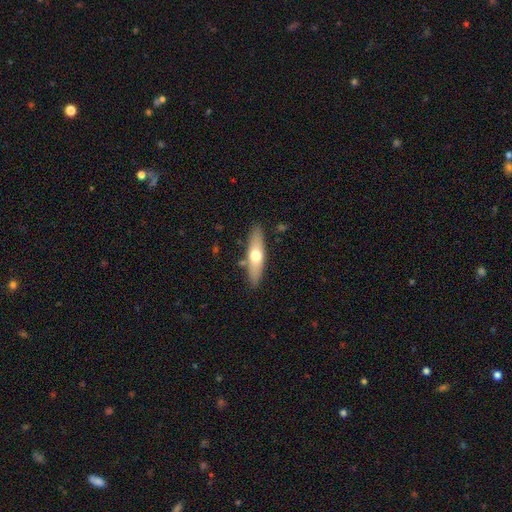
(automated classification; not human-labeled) This is possibly a smooth galaxy (56%). How rounded: likely cigar-shaped (61%). Merging: clearly none (85%).